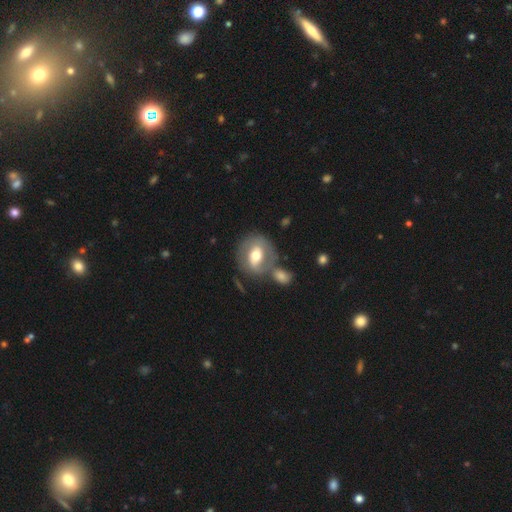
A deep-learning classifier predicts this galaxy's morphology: Smooth or featured? featured or disk (52%)
Edge-on disk? no (93%)
Merging? none (54%)